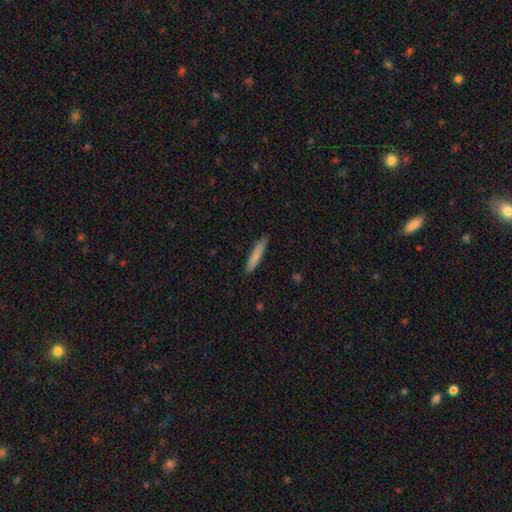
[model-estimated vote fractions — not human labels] Smooth or featured?
  - smooth: 79% *
  - featured or disk: 15%
  - star or artifact: 6%
How rounded?
  - cigar-shaped: 92% *
  - in between: 7%
  - round: 1%
Merging?
  - none: 87% *
  - minor disturbance: 10%
  - major disturbance: 2%
  - merger: 1%